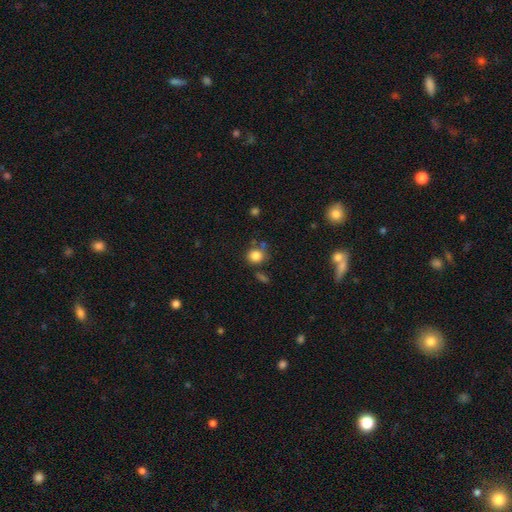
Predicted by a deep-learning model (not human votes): Smooth or featured?
  - smooth: 83% *
  - star or artifact: 11%
  - featured or disk: 6%
How rounded?
  - round: 81% *
  - in between: 18%
  - cigar-shaped: 1%
Merging?
  - none: 70% *
  - minor disturbance: 15%
  - merger: 11%
  - major disturbance: 5%